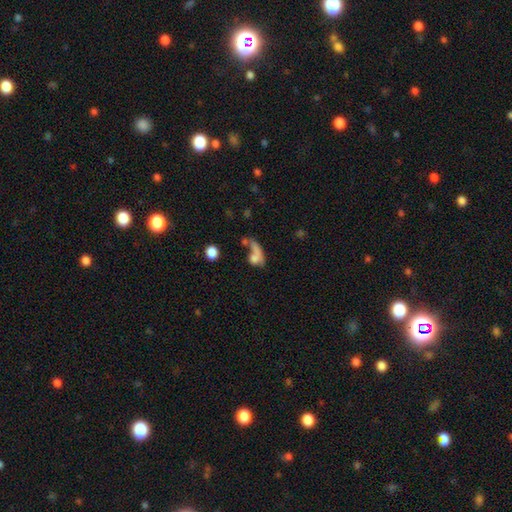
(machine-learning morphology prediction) The model was most divided on "merging": merger: 38%, none: 26%, major disturbance: 25%, minor disturbance: 12%. More confident: smooth or featured — smooth (66%); how rounded — in between (56%).